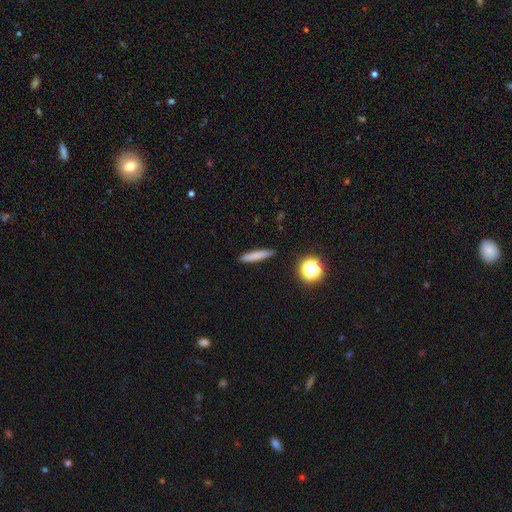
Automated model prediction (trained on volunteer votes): Smooth or featured?
  - smooth: 76% *
  - featured or disk: 14%
  - star or artifact: 10%
How rounded?
  - cigar-shaped: 89% *
  - in between: 8%
  - round: 3%
Merging?
  - none: 88% *
  - minor disturbance: 9%
  - major disturbance: 2%
  - merger: 2%